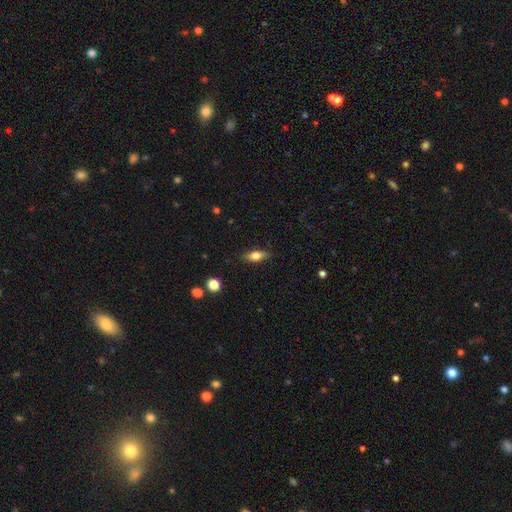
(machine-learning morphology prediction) Smooth or featured? smooth (65%)
How rounded? in between (70%)
Merging? none (83%)